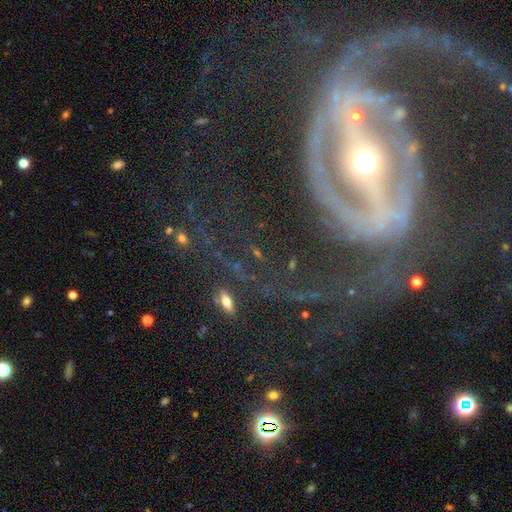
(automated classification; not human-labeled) featured or disk 82%, star or artifact 10%, smooth 8%. Down the decision tree: edge-on disk — no (92%); bar — strong (55%); spiral arms — yes (77%); spiral arm count — 2 (56%); spiral winding — medium (39%); bulge size — moderate (62%); merging — none (50%).